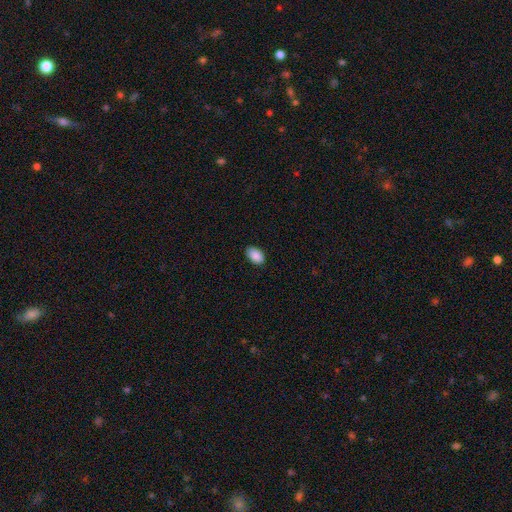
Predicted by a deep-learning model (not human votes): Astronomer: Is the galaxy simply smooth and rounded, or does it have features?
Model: smooth — 90%.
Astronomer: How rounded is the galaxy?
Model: in between — 91%.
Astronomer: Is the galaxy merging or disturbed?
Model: none — 87%.